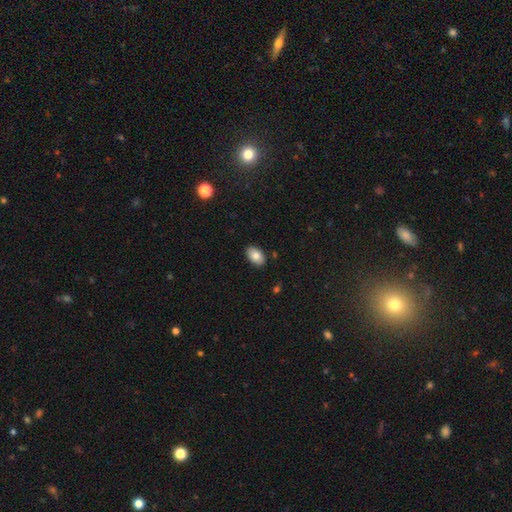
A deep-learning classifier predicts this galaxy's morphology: A smooth galaxy with no disk features (83%) that is in between round and cigar-shaped (93%). Merging: none (88%).